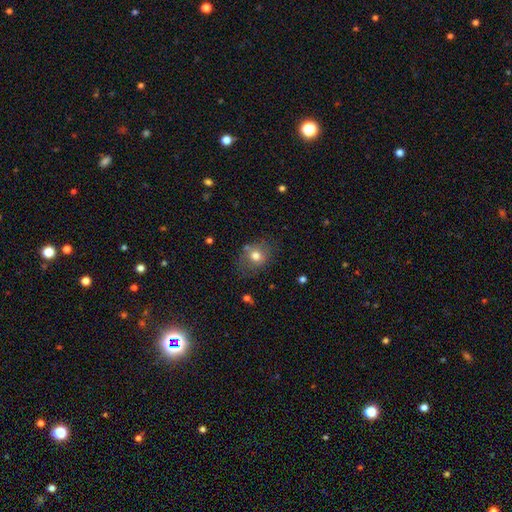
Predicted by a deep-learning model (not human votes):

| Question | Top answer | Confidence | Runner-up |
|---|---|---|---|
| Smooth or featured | smooth | 74% | featured or disk (16%) |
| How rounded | round | 56% | in between (43%) |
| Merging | none | 69% | minor disturbance (20%) |